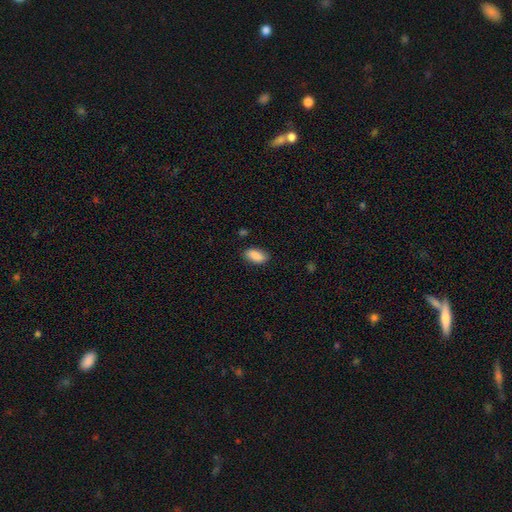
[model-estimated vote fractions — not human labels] Overall: smooth (89%). How rounded: in between (91%). Merging: none (84%).